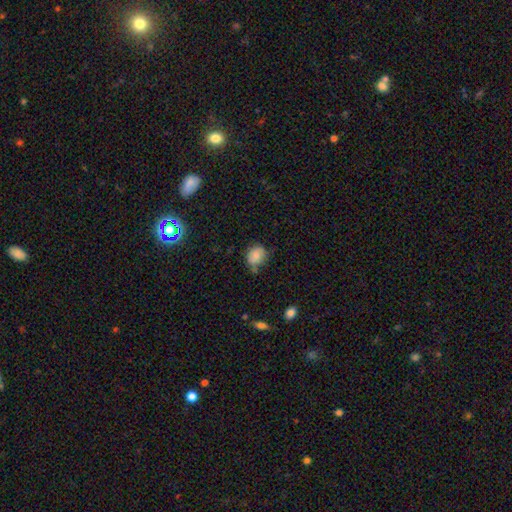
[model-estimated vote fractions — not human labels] Smooth or featured?
  - smooth: 81% *
  - star or artifact: 10%
  - featured or disk: 9%
How rounded?
  - round: 57% *
  - in between: 41%
  - cigar-shaped: 1%
Merging?
  - none: 54% *
  - minor disturbance: 31%
  - major disturbance: 8%
  - merger: 7%